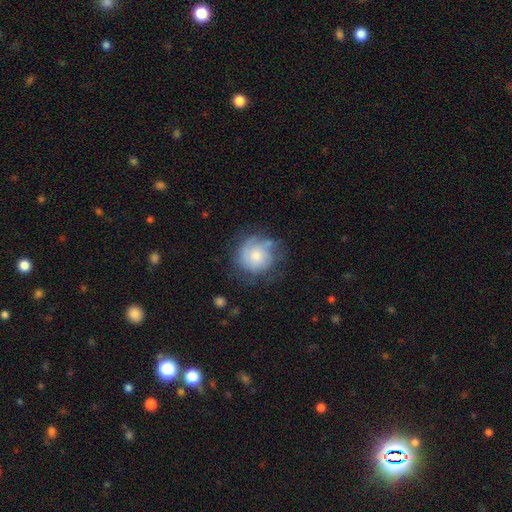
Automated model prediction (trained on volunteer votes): Smooth or featured?
  - smooth: 54% *
  - featured or disk: 38%
  - star or artifact: 8%
How rounded?
  - round: 86% *
  - in between: 13%
  - cigar-shaped: 1%
Merging?
  - none: 56% *
  - minor disturbance: 26%
  - major disturbance: 15%
  - merger: 3%